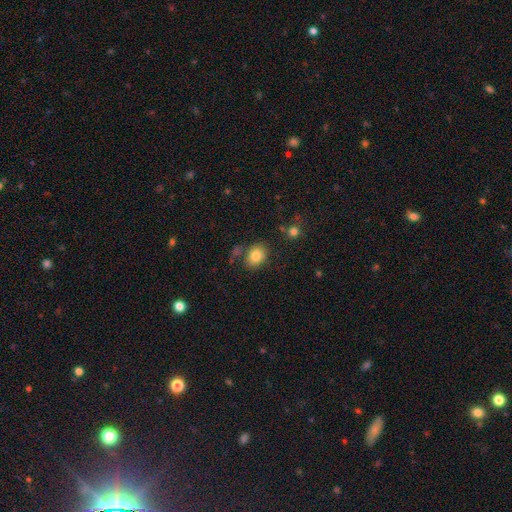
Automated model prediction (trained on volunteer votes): This is clearly a smooth galaxy (82%). How rounded: possibly in between (55%). Merging: likely none (74%).